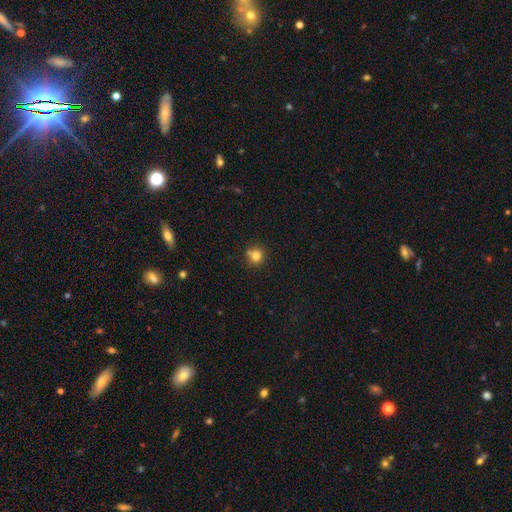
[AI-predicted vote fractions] The model was most divided on "merging": none: 68%, merger: 17%, minor disturbance: 12%, major disturbance: 3%. More confident: how rounded — round (88%); smooth or featured — smooth (80%).